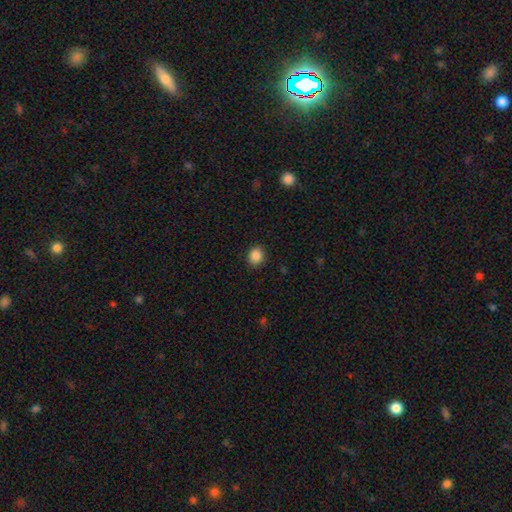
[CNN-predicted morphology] A smooth galaxy with no disk features (87%) that is round (74%).

Vote fractions:
- Smooth or featured? smooth: 87% / star or artifact: 10% / featured or disk: 3%
- How rounded? round: 74% / in between: 25% / cigar-shaped: 1%
- Merging? none: 88% / minor disturbance: 8% / major disturbance: 2% / merger: 1%